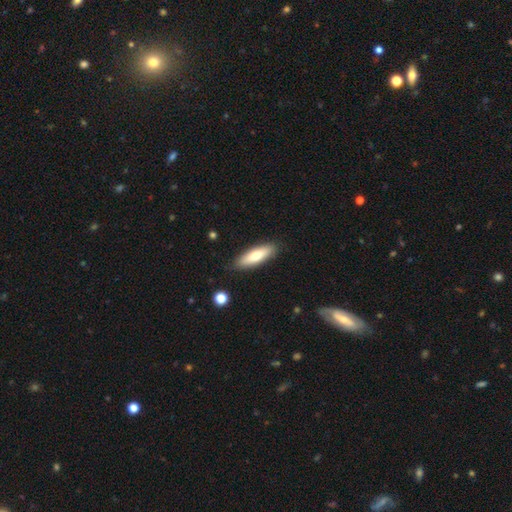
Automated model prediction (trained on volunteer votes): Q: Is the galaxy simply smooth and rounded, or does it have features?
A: smooth — 69%.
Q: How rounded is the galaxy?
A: cigar-shaped — 50%.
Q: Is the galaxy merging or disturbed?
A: none — 88%.